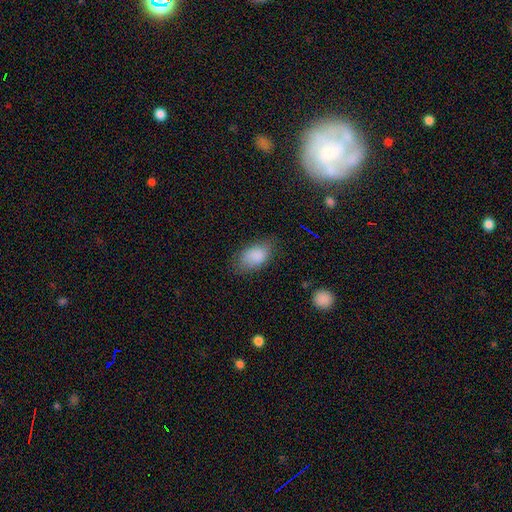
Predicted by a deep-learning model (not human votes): Overall: smooth (86%). How rounded: in between (92%). Merging: none (72%).